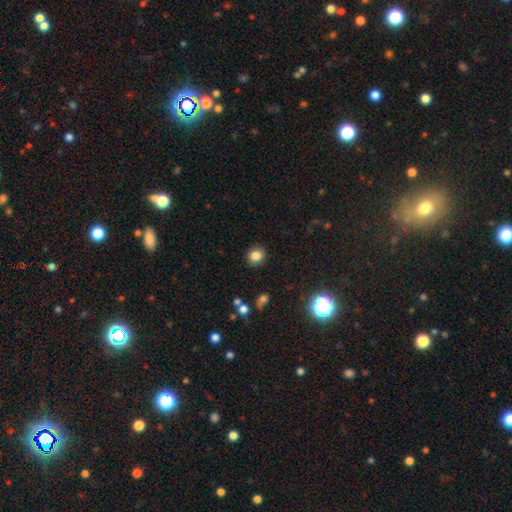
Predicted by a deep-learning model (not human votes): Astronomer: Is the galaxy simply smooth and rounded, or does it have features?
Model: smooth — 82%.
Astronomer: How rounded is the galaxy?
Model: round — 80%.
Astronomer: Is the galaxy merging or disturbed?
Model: none — 90%.